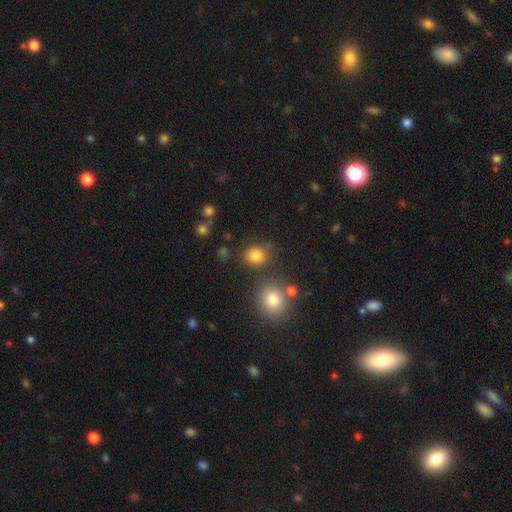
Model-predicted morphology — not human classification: smooth 82%, star or artifact 13%, featured or disk 5%. Down the decision tree: how rounded — round (72%); merging — none (74%).